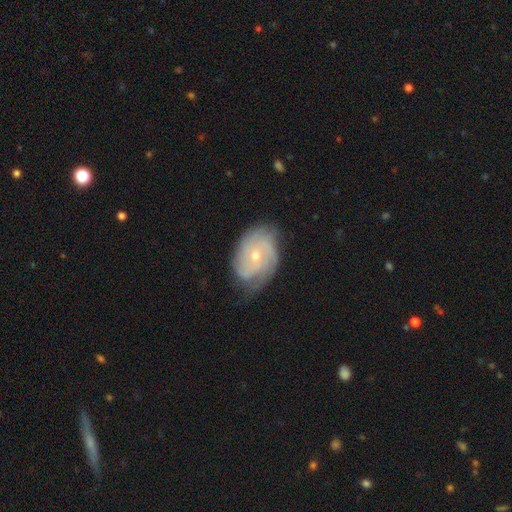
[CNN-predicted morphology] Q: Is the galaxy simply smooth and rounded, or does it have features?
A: featured or disk — 78%.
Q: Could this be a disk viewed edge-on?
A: no — 96%.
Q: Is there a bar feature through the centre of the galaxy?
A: no — 71%.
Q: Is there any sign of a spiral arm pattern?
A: yes — 92%.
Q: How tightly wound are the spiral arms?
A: tight — 60%.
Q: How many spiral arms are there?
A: can't tell — 34%.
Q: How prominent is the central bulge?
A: small — 56%.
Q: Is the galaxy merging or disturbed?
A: none — 66%.